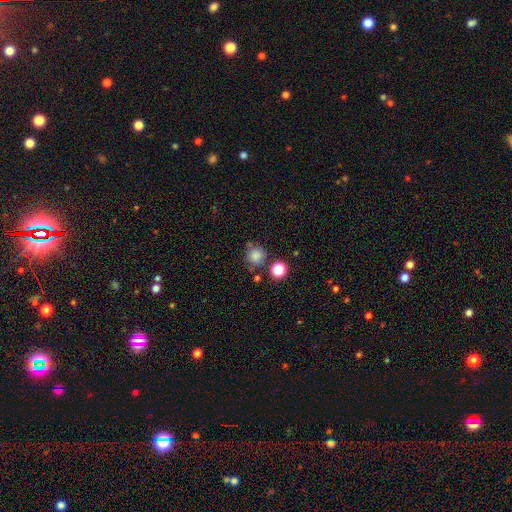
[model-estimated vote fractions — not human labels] This appears to be a smooth galaxy with no disk features (81%) that is round (90%). Merging: none (69%).